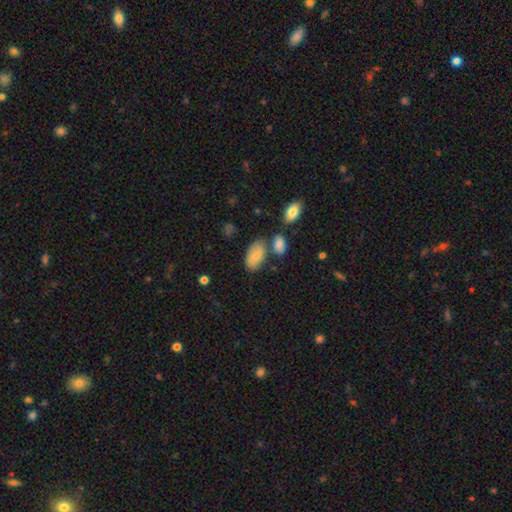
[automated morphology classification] A smooth galaxy with no disk features (78%) that is in between round and cigar-shaped (94%). Merging: none (60%).